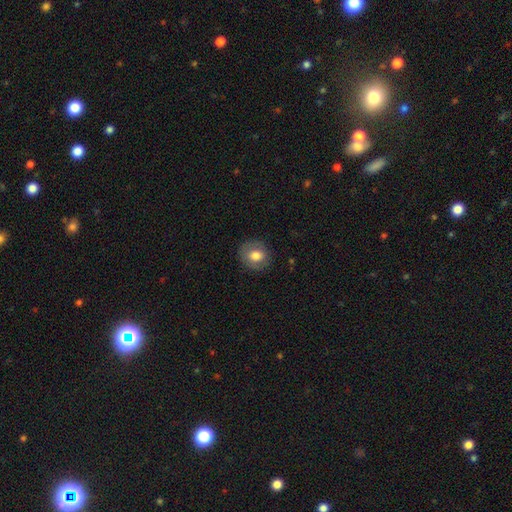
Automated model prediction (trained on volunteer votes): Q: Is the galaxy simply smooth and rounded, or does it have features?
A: smooth — 73%.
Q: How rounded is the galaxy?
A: round — 72%.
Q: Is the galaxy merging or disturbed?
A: none — 84%.